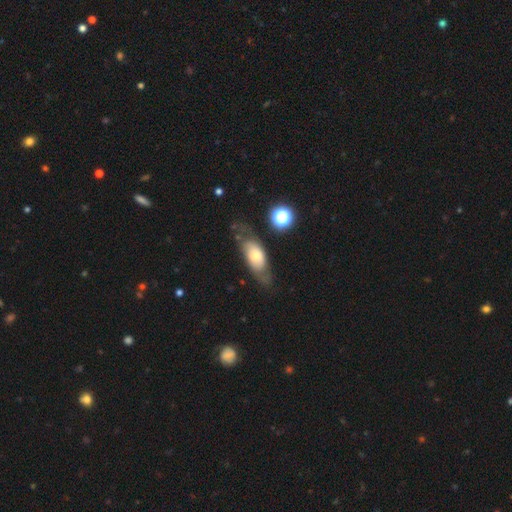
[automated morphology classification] Overall: smooth (55%; featured or disk 37%). How rounded: in between (80%). Merging: none (60%; minor disturbance 23%).